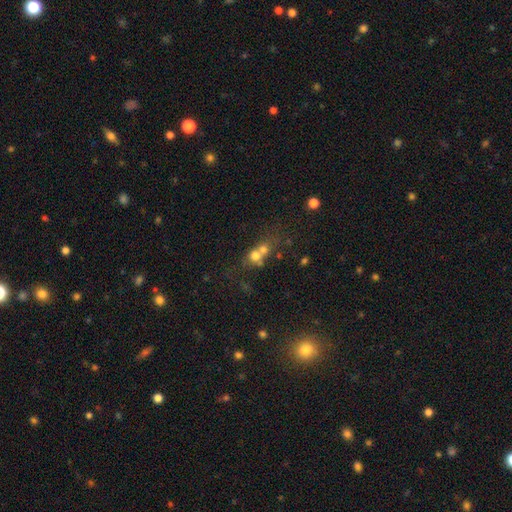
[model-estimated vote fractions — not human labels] Smooth or featured? smooth (65%)
How rounded? round (75%)
Merging? merger (62%)